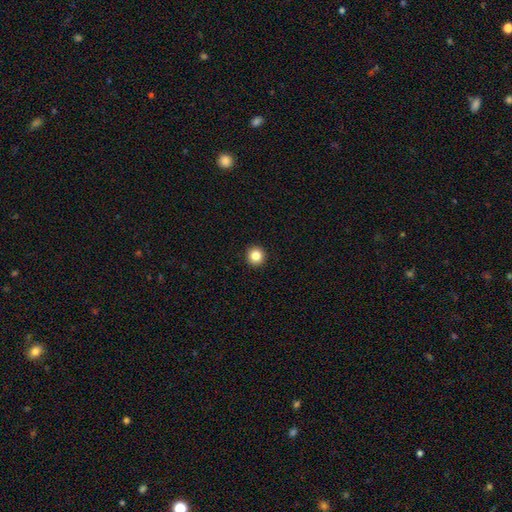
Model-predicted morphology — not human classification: Smooth or featured? smooth (83%)
How rounded? round (95%)
Merging? none (94%)